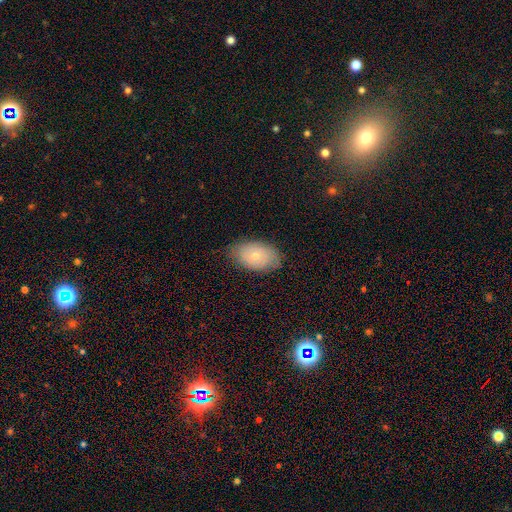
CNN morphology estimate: A smooth galaxy with no disk features (67%) that is in between round and cigar-shaped (90%). Merging: none (79%).